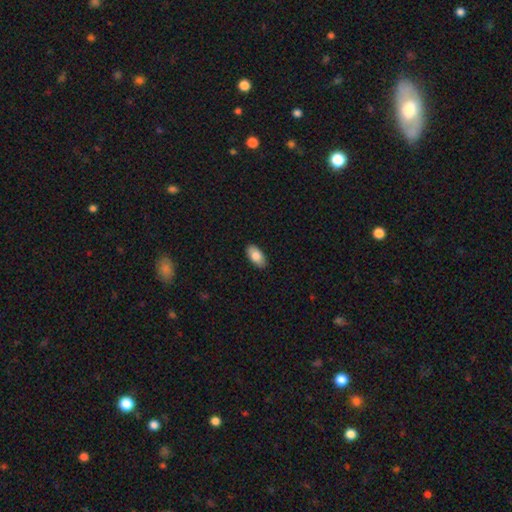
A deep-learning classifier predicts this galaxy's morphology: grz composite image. It shows a smooth galaxy with no disk features (82%) that is in between round and cigar-shaped (93%). Merging: none (89%).